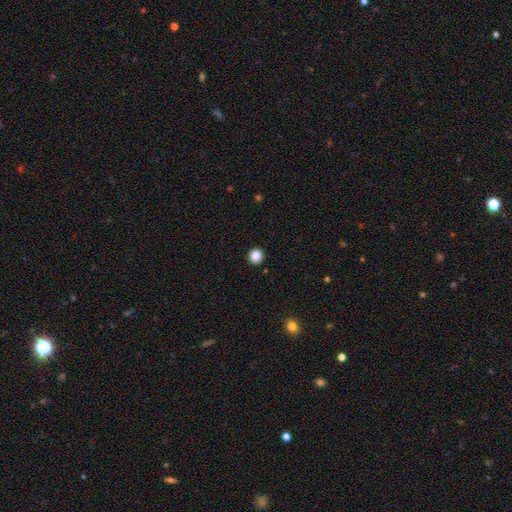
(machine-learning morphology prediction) type=smooth (87%); roundness=round (91%); merging=none (93%).